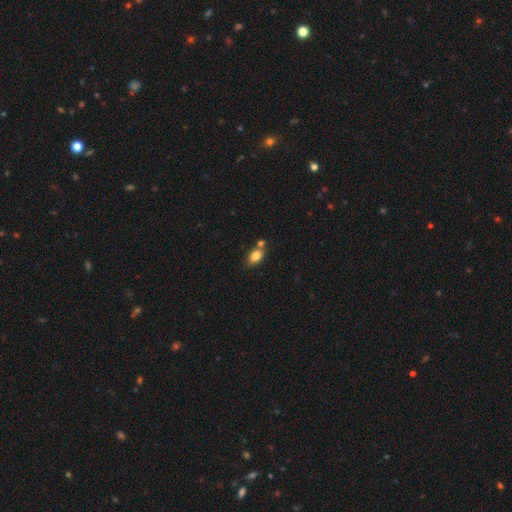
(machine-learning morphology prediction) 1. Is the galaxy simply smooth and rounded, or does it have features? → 82% smooth, 9% featured or disk, 9% star or artifact.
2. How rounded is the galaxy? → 86% in between, 11% round, 3% cigar-shaped.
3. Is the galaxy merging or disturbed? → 61% none, 22% merger, 14% minor disturbance, 3% major disturbance.